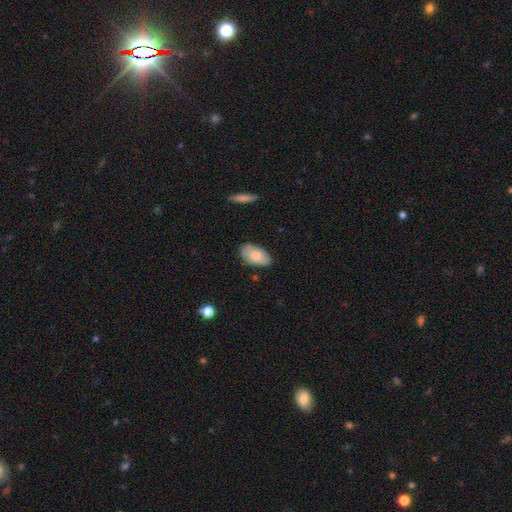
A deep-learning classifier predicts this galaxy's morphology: Overall: smooth (82%). How rounded: in between (95%). Merging: none (77%).